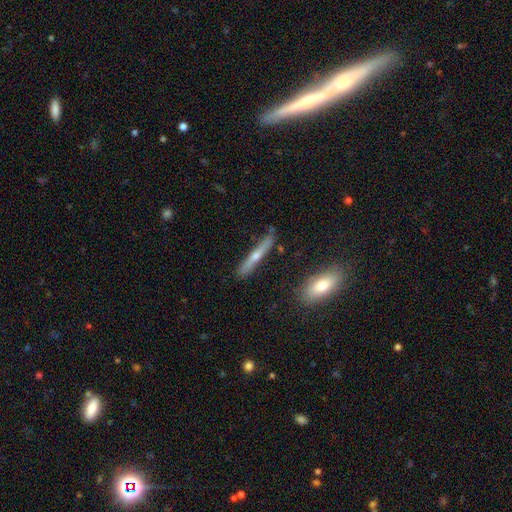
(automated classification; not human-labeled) Q: Smooth or featured?
A: featured or disk (60%); runner-up: smooth (33%)
Q: Edge-on disk?
A: yes (95%); runner-up: no (5%)
Q: Edge-on bulge?
A: rounded (82%); runner-up: none (15%)
Q: Merging?
A: none (85%); runner-up: minor disturbance (11%)